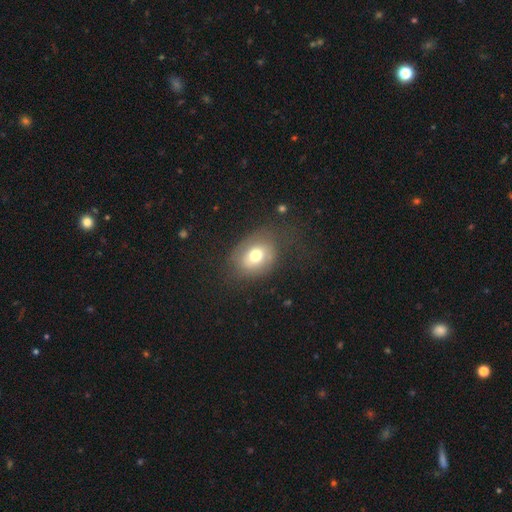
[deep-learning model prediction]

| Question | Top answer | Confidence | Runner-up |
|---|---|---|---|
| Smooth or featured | smooth | 67% | featured or disk (23%) |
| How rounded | in between | 60% | round (39%) |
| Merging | none | 62% | minor disturbance (21%) |